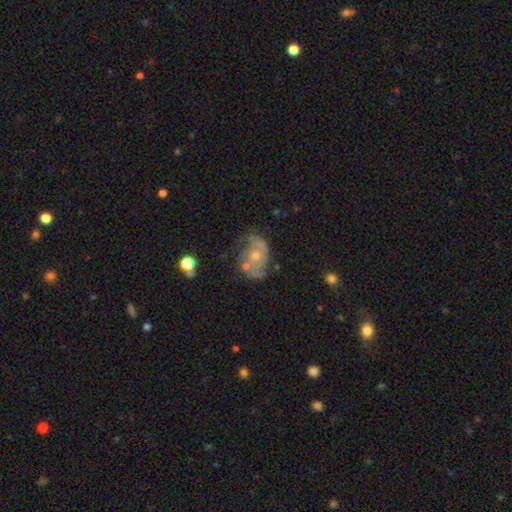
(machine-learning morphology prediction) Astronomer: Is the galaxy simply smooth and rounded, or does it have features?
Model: featured or disk — 73%.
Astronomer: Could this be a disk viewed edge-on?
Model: no — 97%.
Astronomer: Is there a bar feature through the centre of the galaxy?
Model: no — 72%.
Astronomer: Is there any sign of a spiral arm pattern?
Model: yes — 83%.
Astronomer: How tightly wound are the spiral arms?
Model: medium — 44% (runner-up: tight, 31%).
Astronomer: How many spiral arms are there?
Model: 2 — 66%.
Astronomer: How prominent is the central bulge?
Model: moderate — 50% (runner-up: small, 45%).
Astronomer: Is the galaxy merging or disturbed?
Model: none — 59%.